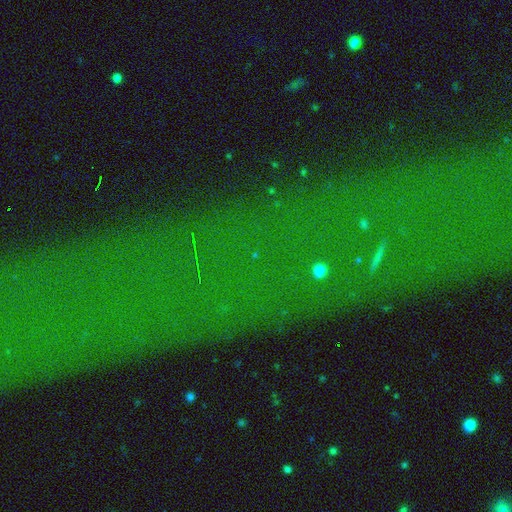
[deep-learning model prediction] star or artifact 77%, featured or disk 13%, smooth 10%.